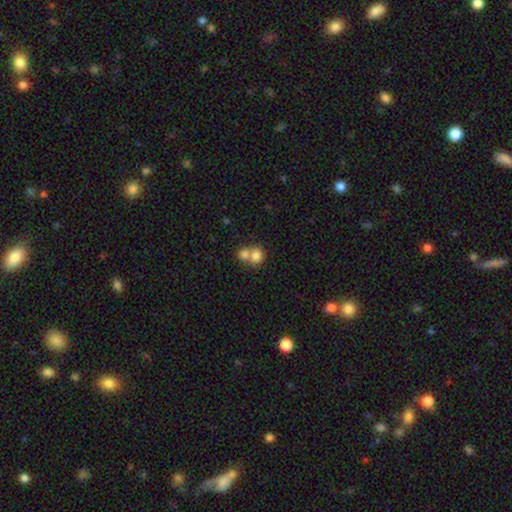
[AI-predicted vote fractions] The model was most divided on "merging": merger: 60%, none: 32%, minor disturbance: 6%, major disturbance: 3%. More confident: smooth or featured — smooth (78%); how rounded — round (76%).